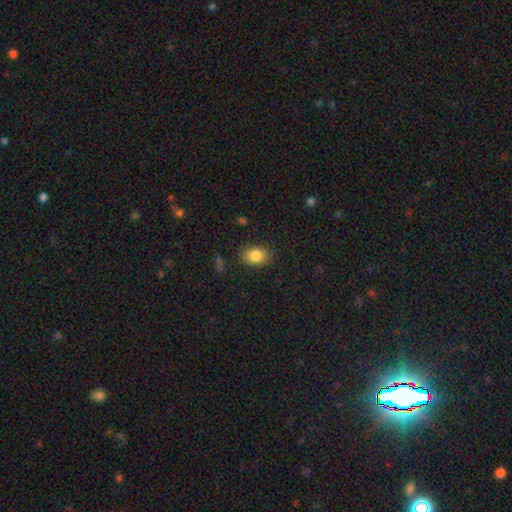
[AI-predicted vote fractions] Smooth or featured? Predicted: smooth (p=0.85). How rounded? Predicted: in between (p=0.71). Merging? Predicted: none (p=0.83).